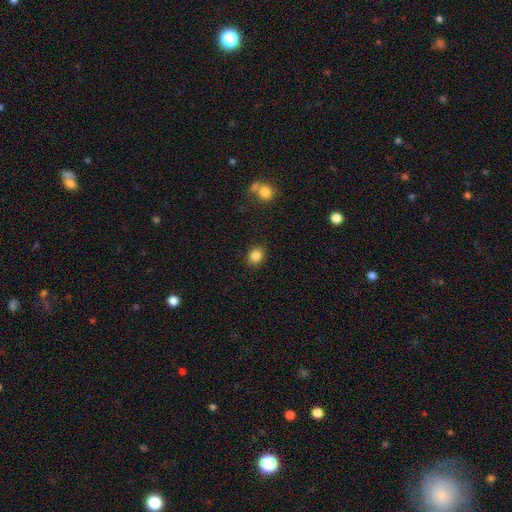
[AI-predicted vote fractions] smooth-or-featured: smooth: 85% | star or artifact: 10% | featured or disk: 4%
  how-rounded: round: 61% | in between: 38% | cigar-shaped: 1%
  merging: none: 89% | minor disturbance: 7% | major disturbance: 2% | merger: 2%